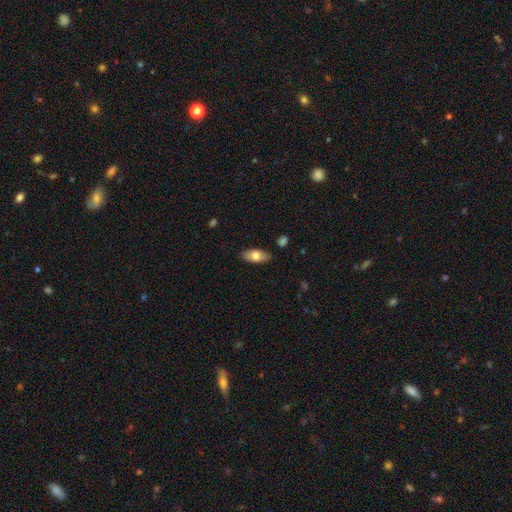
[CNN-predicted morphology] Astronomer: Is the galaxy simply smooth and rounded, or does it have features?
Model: smooth — 73%.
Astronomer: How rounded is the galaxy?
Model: in between — 88%.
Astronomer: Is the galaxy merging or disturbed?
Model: none — 86%.